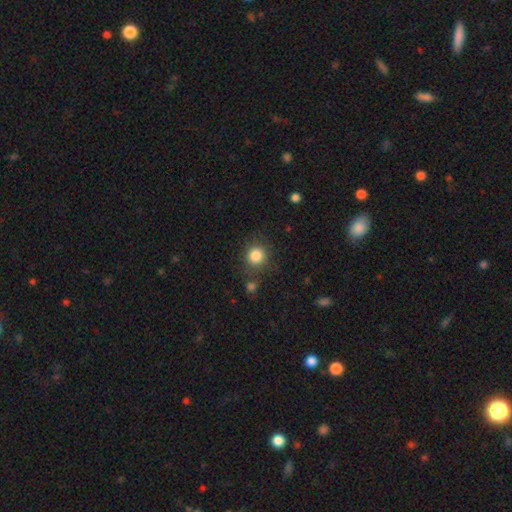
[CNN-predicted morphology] Overall: smooth (85%). How rounded: round (88%). Merging: none (80%).